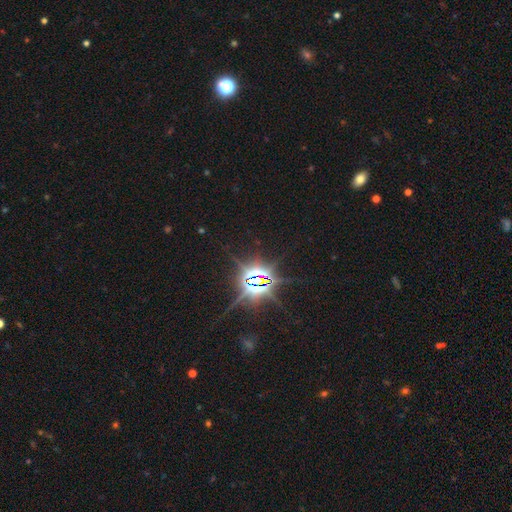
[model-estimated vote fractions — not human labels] This is clearly a star or artifact rather than a galaxy (85%).